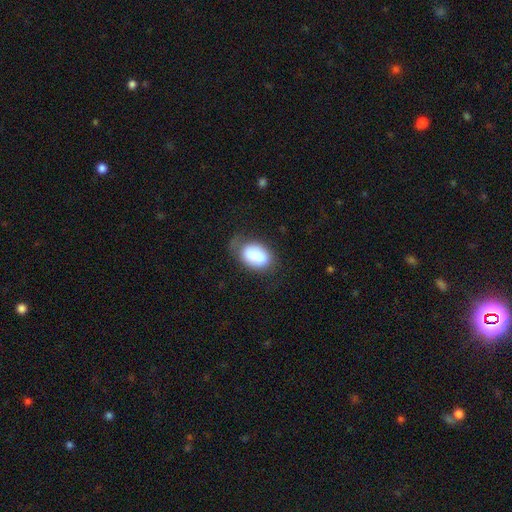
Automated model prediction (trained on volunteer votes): smooth_or_featured: smooth (p=0.83) [alt: featured or disk p=0.10]
how_rounded: in between (p=0.87) [alt: round p=0.11]
merging: none (p=0.48) [alt: minor disturbance p=0.32]